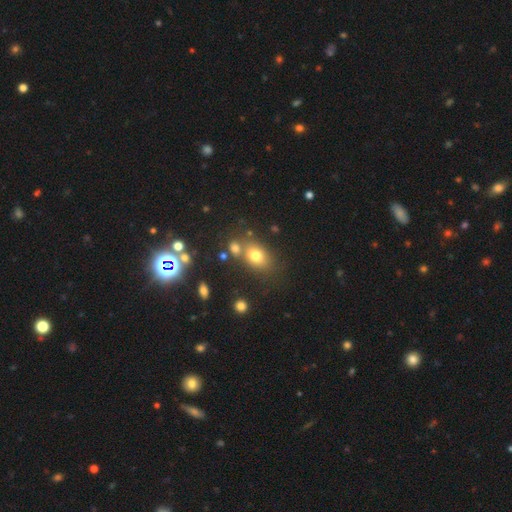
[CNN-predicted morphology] smooth 74%, star or artifact 14%, featured or disk 12%. Down the decision tree: how rounded — in between (65%); merging — none (63%).